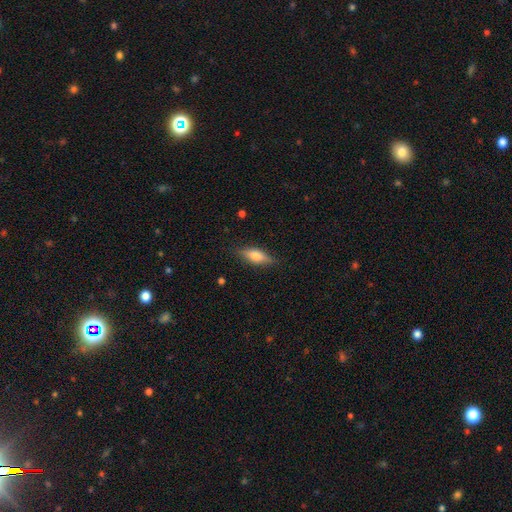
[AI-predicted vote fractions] Smooth or featured? smooth (68%)
How rounded? in between (62%)
Merging? none (82%)